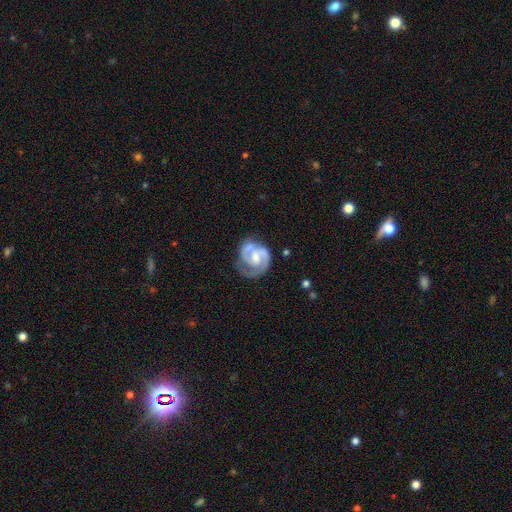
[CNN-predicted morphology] The model was most divided on "bar": weak: 47%, no: 40%, strong: 13%. Remaining: edge-on disk — no (98%); spiral arms — yes (97%); smooth or featured — featured or disk (88%); spiral arm count — 2 (81%); merging — none (65%); bulge size — moderate (50%); spiral winding — tight (50%).